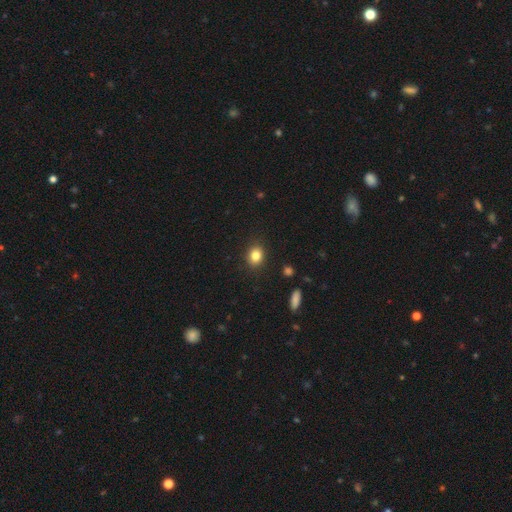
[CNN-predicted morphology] Smooth or featured: smooth — 84% (star or artifact — 10%)
How rounded: round — 57% (in between — 42%)
Merging: none — 88% (minor disturbance — 8%)